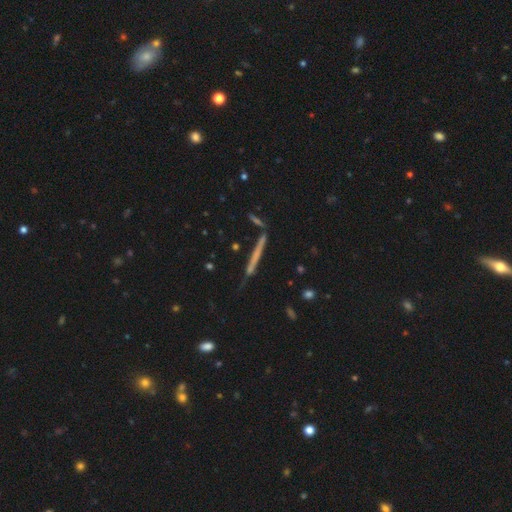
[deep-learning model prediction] Smooth or featured? featured or disk (48%)
Merging? none (80%)